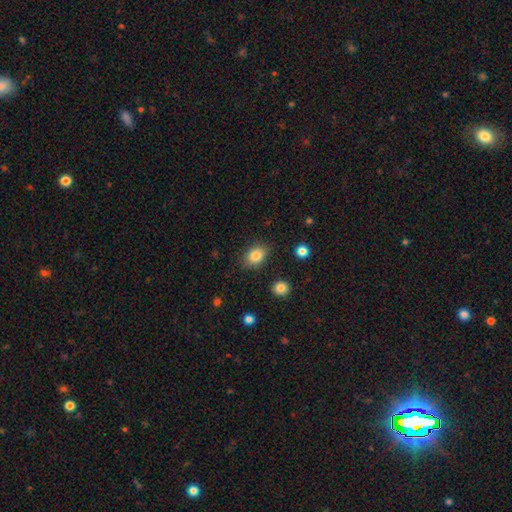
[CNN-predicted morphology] smooth-or-featured: smooth: 84% | star or artifact: 9% | featured or disk: 7%
  how-rounded: in between: 74% | round: 25% | cigar-shaped: 1%
  merging: none: 83% | minor disturbance: 12% | major disturbance: 3% | merger: 2%